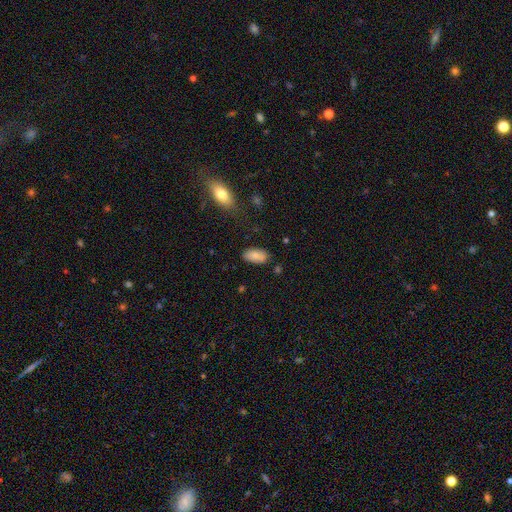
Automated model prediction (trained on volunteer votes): A smooth galaxy with no disk features (82%) that is in between round and cigar-shaped (94%).

Vote fractions:
- Smooth or featured? smooth: 82% / featured or disk: 10% / star or artifact: 8%
- How rounded? in between: 94% / cigar-shaped: 3% / round: 3%
- Merging? none: 79% / minor disturbance: 14% / merger: 4% / major disturbance: 3%